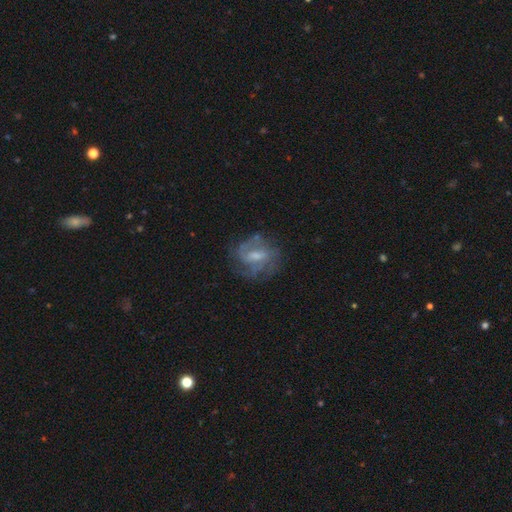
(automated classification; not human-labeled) This is likely a featured or disk galaxy (72%). It is clearly not viewed edge-on (96%). Bar: possibly weak (53%). Spiral arm pattern: clearly yes (86%). Spiral arm count: marginally 2 (40%). Spiral winding: marginally medium (44%). Central bulge: marginally moderate (41%). Merging: likely none (67%).